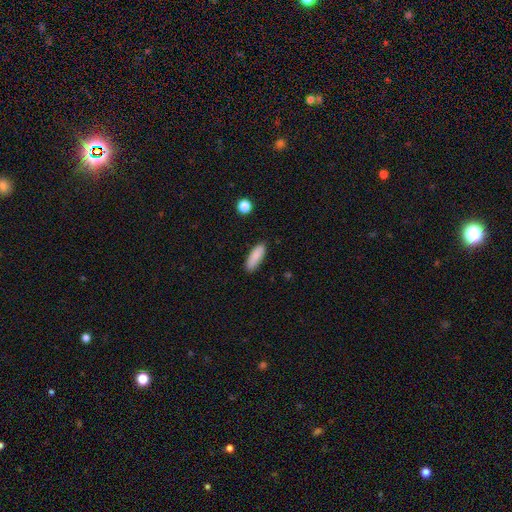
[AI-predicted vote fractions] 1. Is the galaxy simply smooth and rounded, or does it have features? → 88% smooth, 7% star or artifact, 6% featured or disk.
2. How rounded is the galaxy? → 59% in between, 39% cigar-shaped, 2% round.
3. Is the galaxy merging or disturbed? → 85% none, 11% minor disturbance, 2% major disturbance, 1% merger.